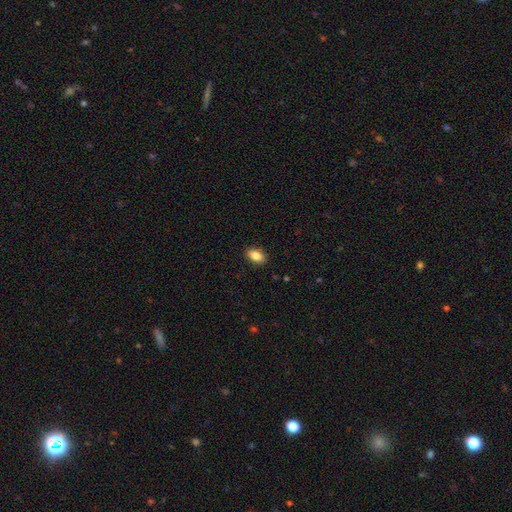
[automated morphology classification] Smooth or featured? Predicted: smooth (p=0.86). How rounded? Predicted: in between (p=0.90). Merging? Predicted: none (p=0.88).